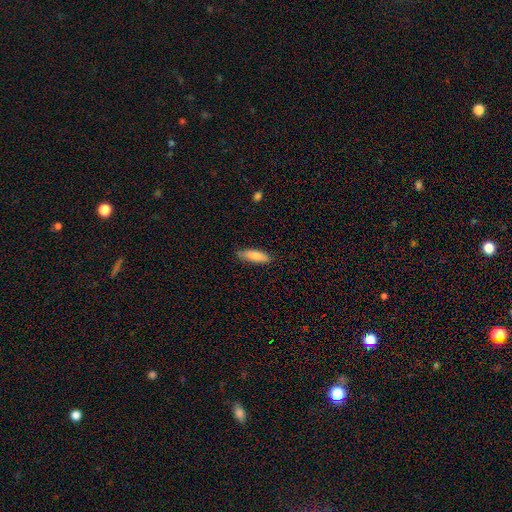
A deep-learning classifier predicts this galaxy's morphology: Q: Smooth or featured?
A: smooth (83%); runner-up: featured or disk (11%)
Q: How rounded?
A: cigar-shaped (54%); runner-up: in between (44%)
Q: Merging?
A: none (81%); runner-up: minor disturbance (15%)